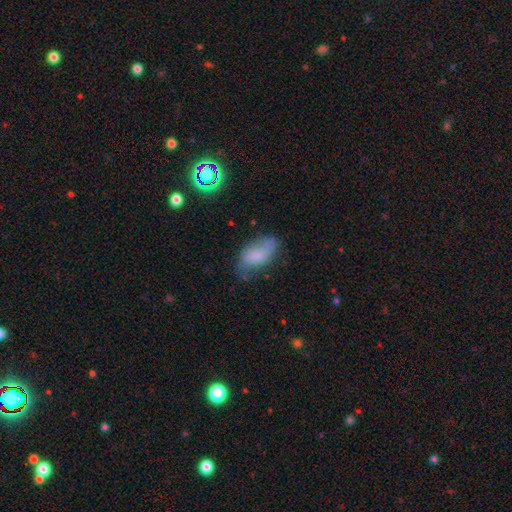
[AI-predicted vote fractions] Overall: smooth (61%; featured or disk 28%). How rounded: in between (90%). Merging: none (51%; minor disturbance 31%).